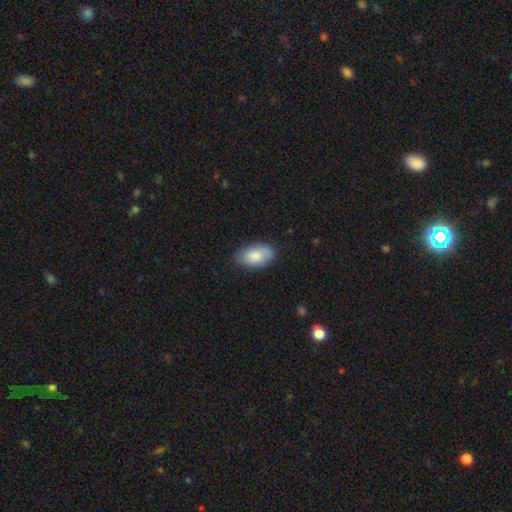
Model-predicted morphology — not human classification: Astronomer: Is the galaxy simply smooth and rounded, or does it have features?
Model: smooth — 72%.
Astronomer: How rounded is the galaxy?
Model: in between — 93%.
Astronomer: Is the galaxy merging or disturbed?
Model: none — 77%.